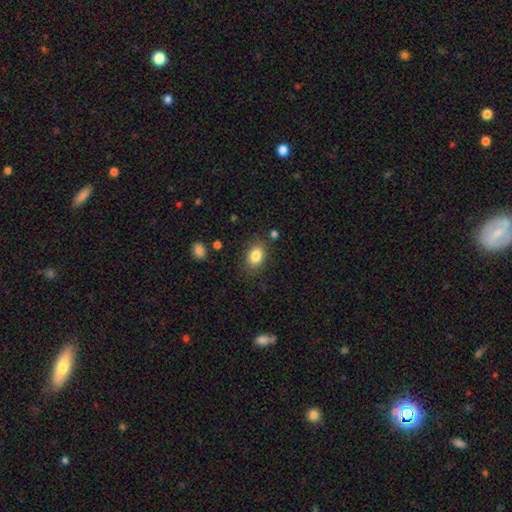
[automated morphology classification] Q: Smooth or featured?
A: smooth (84%); runner-up: star or artifact (9%)
Q: How rounded?
A: in between (75%); runner-up: round (24%)
Q: Merging?
A: none (80%); runner-up: minor disturbance (13%)